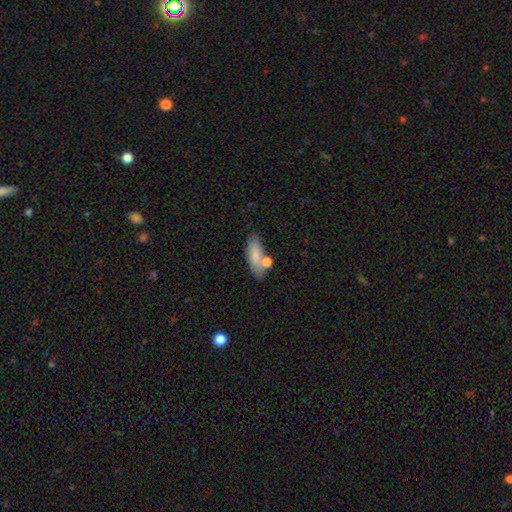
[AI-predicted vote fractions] Smooth or featured? smooth (81%)
How rounded? in between (74%)
Merging? none (65%)